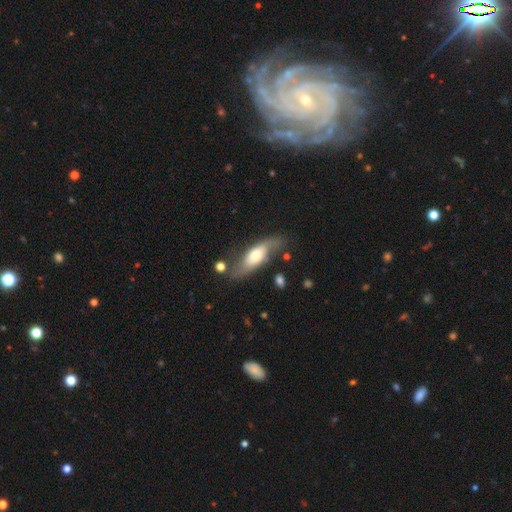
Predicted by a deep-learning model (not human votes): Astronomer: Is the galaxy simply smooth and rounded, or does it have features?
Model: featured or disk — 53% (runner-up: smooth, 41%).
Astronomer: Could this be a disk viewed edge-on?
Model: no — 71%.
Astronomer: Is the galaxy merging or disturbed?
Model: none — 62%.